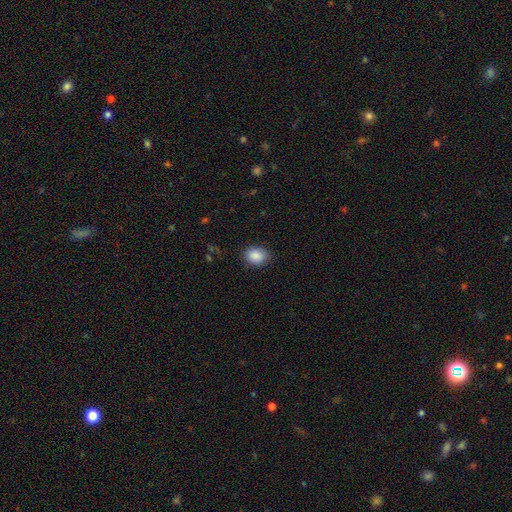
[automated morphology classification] Smooth or featured? Predicted: smooth (p=0.88). How rounded? Predicted: in between (p=0.61). Merging? Predicted: none (p=0.83).